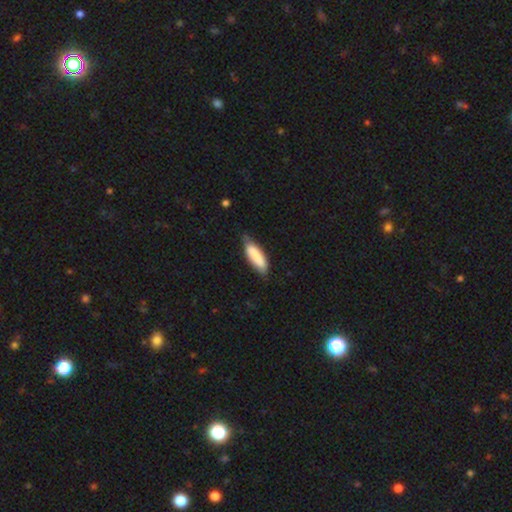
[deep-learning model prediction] smooth_or_featured: smooth (p=0.83) [alt: featured or disk p=0.12]
how_rounded: in between (p=0.54) [alt: cigar-shaped p=0.45]
merging: none (p=0.59) [alt: minor disturbance p=0.33]